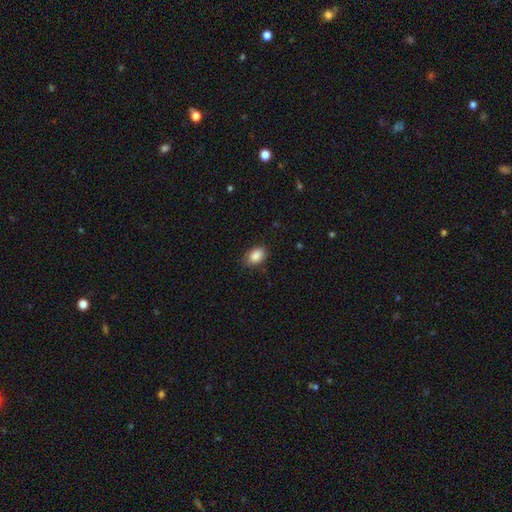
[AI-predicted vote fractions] Smooth or featured: smooth — 88% (star or artifact — 8%)
How rounded: in between — 84% (round — 15%)
Merging: none — 80% (minor disturbance — 16%)